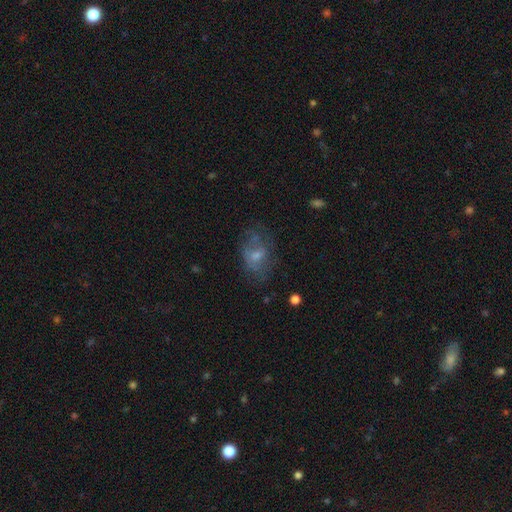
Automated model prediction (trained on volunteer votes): smooth-or-featured: smooth: 45% | featured or disk: 41% | star or artifact: 14%
  merging: none: 59% | minor disturbance: 22% | major disturbance: 17% | merger: 2%